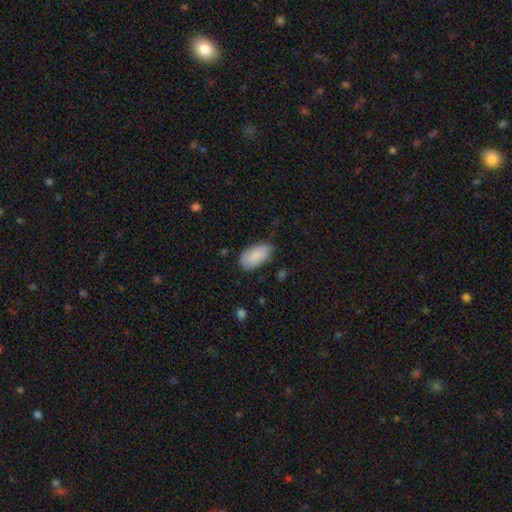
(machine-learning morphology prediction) Overall: smooth (88%). How rounded: in between (95%). Merging: none (78%).